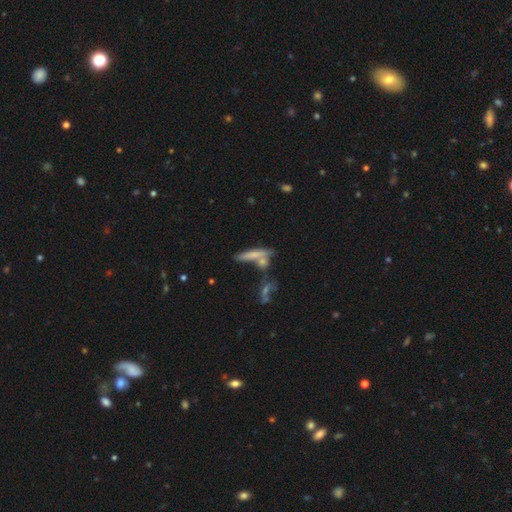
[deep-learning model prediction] smooth-or-featured: smooth: 61% | featured or disk: 29% | star or artifact: 10%
  how-rounded: cigar-shaped: 77% | in between: 19% | round: 3%
  merging: none: 49% | merger: 33% | minor disturbance: 13% | major disturbance: 6%